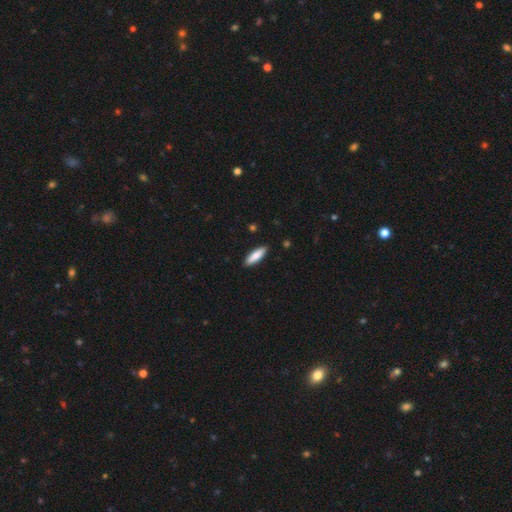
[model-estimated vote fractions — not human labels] smooth_or_featured: smooth (p=0.81) [alt: featured or disk p=0.14]
how_rounded: cigar-shaped (p=0.58) [alt: in between p=0.40]
merging: none (p=0.90) [alt: minor disturbance p=0.07]